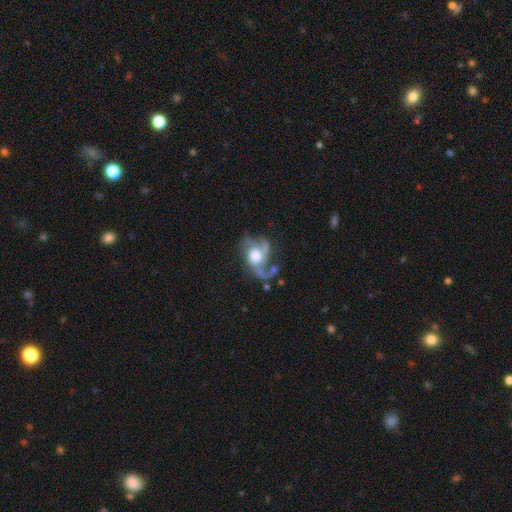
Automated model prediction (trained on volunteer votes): Smooth or featured? featured or disk (80%)
Edge-on disk? no (97%)
Bar? no (72%)
Spiral arms? yes (92%)
Spiral winding? loose (47%)
Spiral arm count? 2 (50%)
Bulge size? large (51%)
Merging? none (45%)